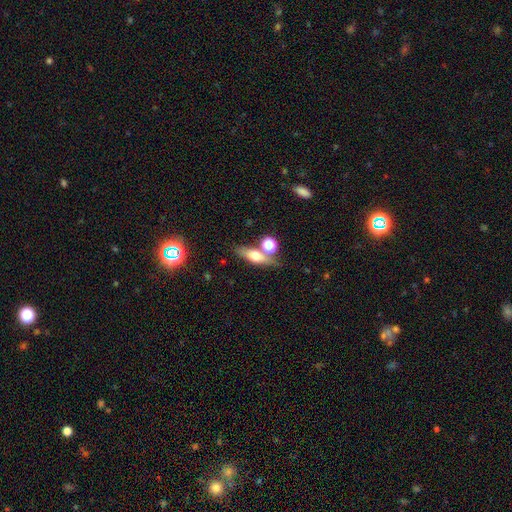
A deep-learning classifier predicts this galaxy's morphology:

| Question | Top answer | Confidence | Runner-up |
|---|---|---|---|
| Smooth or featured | smooth | 54% | featured or disk (35%) |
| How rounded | in between | 50% | cigar-shaped (38%) |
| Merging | none | 61% | merger (20%) |